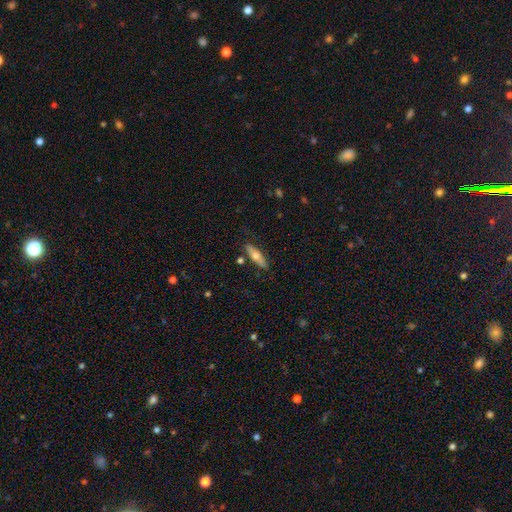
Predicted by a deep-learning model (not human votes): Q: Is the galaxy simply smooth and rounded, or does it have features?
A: smooth — 59%.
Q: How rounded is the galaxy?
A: cigar-shaped — 54%.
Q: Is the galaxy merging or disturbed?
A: none — 81%.